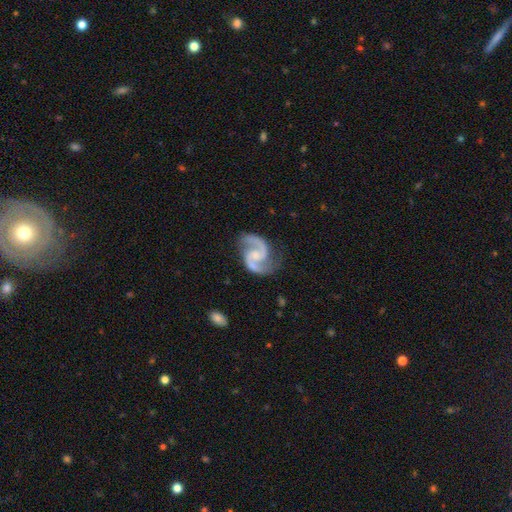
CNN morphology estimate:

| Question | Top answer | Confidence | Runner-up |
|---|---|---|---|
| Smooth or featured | featured or disk | 93% | star or artifact (4%) |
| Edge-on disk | no | 98% | yes (2%) |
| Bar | no | 49% | weak (42%) |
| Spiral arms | yes | 98% | no (2%) |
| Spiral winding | medium | 64% | loose (21%) |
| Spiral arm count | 2 | 94% | can't tell (1%) |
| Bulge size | small | 47% | moderate (33%) |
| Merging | none | 77% | minor disturbance (16%) |